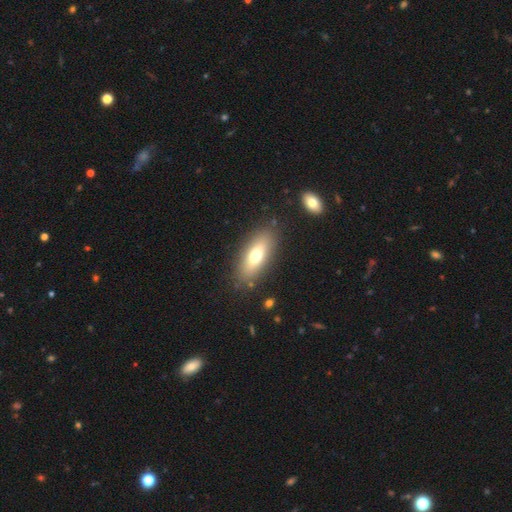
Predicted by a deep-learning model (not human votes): Smooth or featured: smooth — 68% (featured or disk — 24%)
How rounded: in between — 72% (cigar-shaped — 25%)
Merging: none — 84% (minor disturbance — 10%)